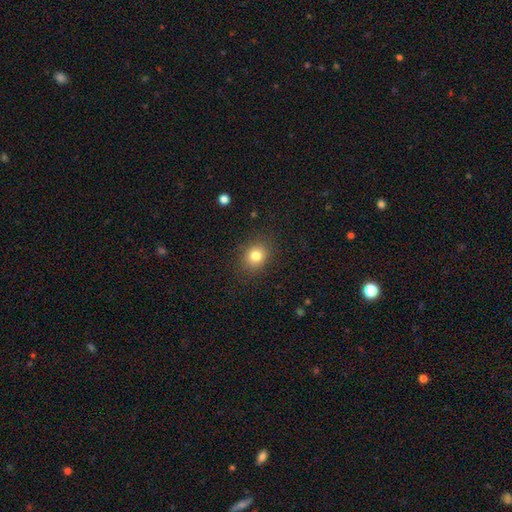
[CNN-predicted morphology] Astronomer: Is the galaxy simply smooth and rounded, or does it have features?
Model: smooth — 81%.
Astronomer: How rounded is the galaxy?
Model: round — 71%.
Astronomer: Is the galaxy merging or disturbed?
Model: none — 86%.